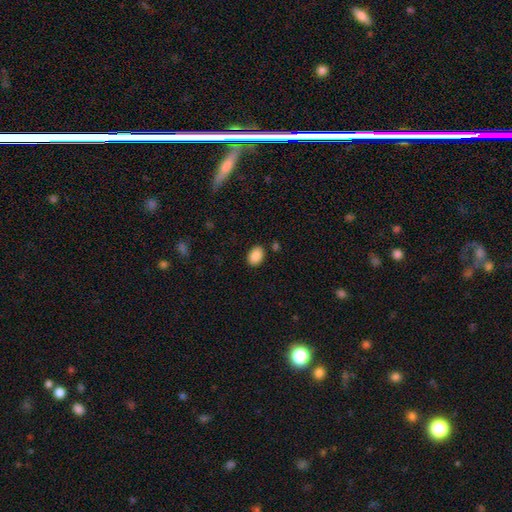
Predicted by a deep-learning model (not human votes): A smooth galaxy with no disk features (89%) that is in between round and cigar-shaped (83%). Merging: none (86%).